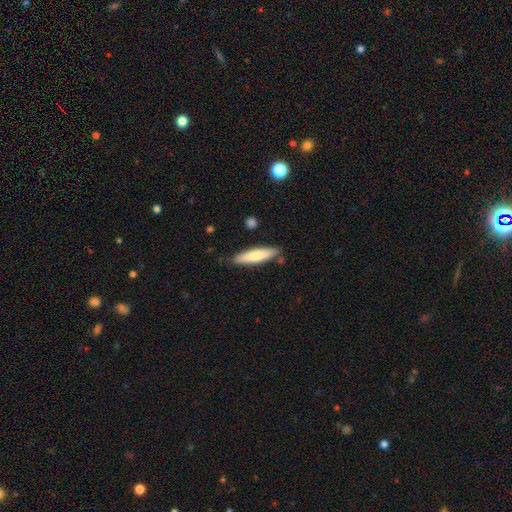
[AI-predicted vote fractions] smooth_or_featured: smooth (p=0.74) [alt: featured or disk p=0.20]
how_rounded: cigar-shaped (p=0.81) [alt: in between p=0.18]
merging: none (p=0.82) [alt: minor disturbance p=0.13]